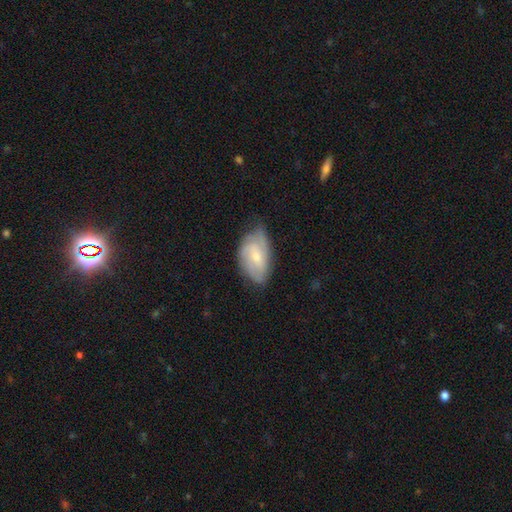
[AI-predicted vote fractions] A featured or disk galaxy (55%) with a weak bar (46%), spiral arms (84%) and a small central bulge (55%). Merging: none (59%).